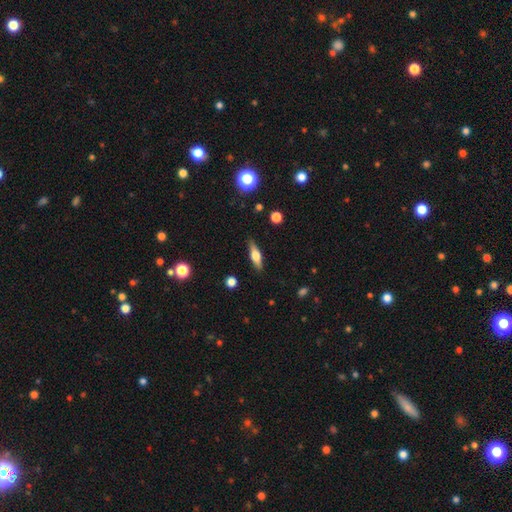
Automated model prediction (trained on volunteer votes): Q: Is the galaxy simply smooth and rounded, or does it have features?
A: featured or disk — 50%.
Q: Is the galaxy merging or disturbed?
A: none — 87%.